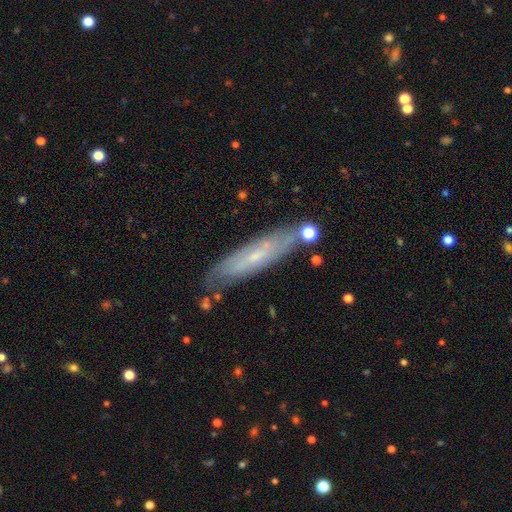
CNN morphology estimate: A featured or disk galaxy (57%). Merging: none (75%).